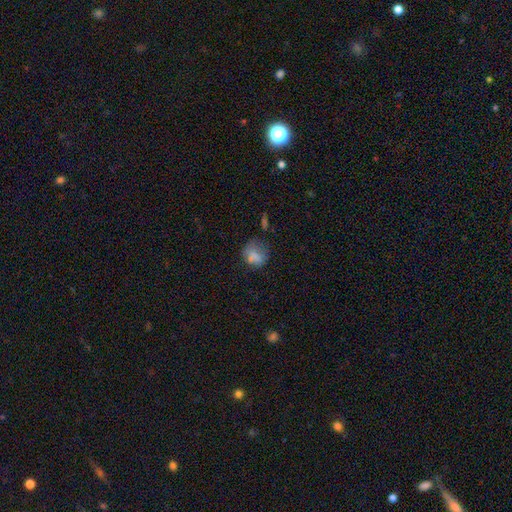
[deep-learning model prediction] Smooth or featured: smooth — 74% (featured or disk — 14%)
How rounded: round — 62% (in between — 36%)
Merging: none — 49% (minor disturbance — 27%)